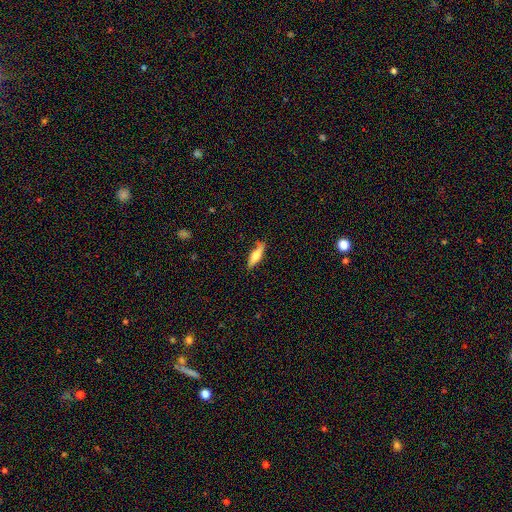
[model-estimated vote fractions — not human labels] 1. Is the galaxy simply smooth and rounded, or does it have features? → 55% smooth, 39% featured or disk, 6% star or artifact.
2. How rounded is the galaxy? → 59% cigar-shaped, 38% in between, 2% round.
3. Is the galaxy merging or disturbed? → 77% none, 18% minor disturbance, 3% major disturbance, 2% merger.